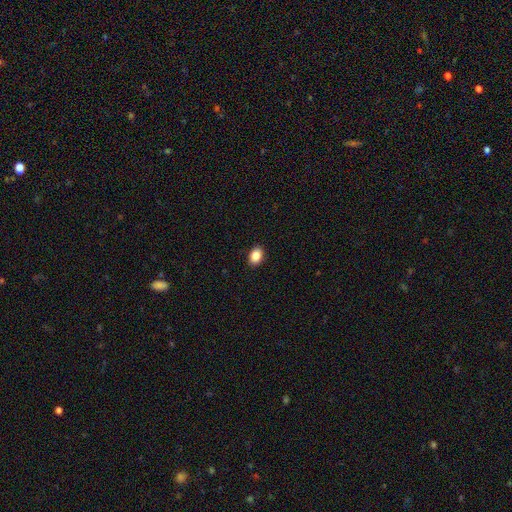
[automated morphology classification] smooth_or_featured: smooth (p=0.87) [alt: star or artifact p=0.08]
how_rounded: in between (p=0.78) [alt: round p=0.21]
merging: none (p=0.90) [alt: minor disturbance p=0.07]